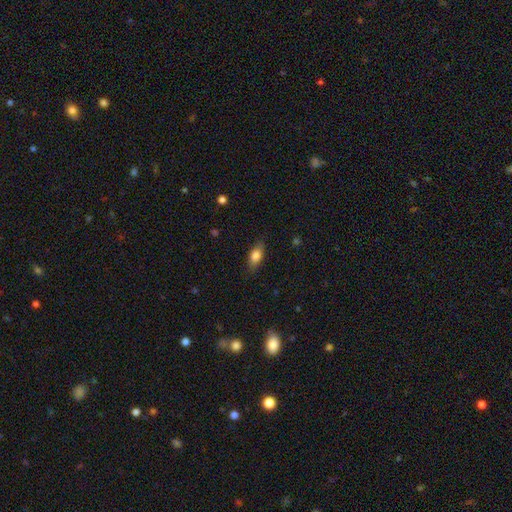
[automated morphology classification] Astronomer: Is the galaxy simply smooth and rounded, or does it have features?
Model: smooth — 79%.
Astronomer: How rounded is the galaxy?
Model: in between — 82%.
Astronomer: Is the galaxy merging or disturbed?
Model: none — 80%.